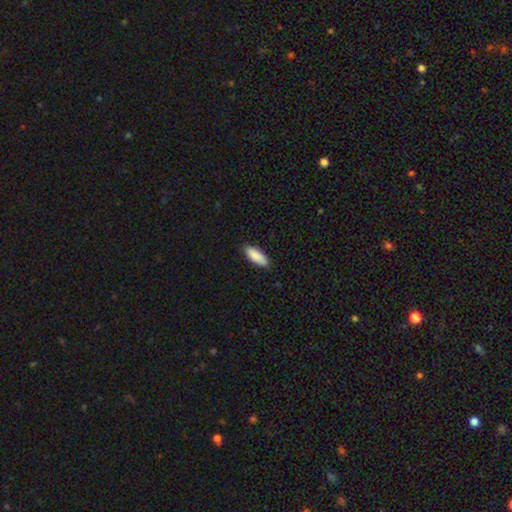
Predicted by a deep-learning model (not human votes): Overall: smooth (89%). How rounded: in between (73%). Merging: none (87%).